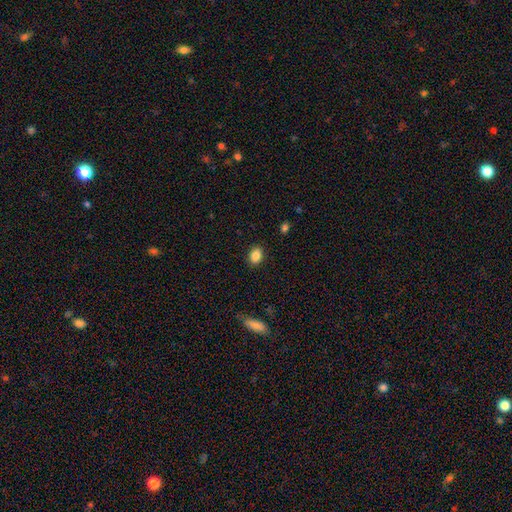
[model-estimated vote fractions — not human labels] The model was most divided on "how rounded": in between: 74%, round: 25%, cigar-shaped: 1%. More confident: merging — none (88%); smooth or featured — smooth (87%).